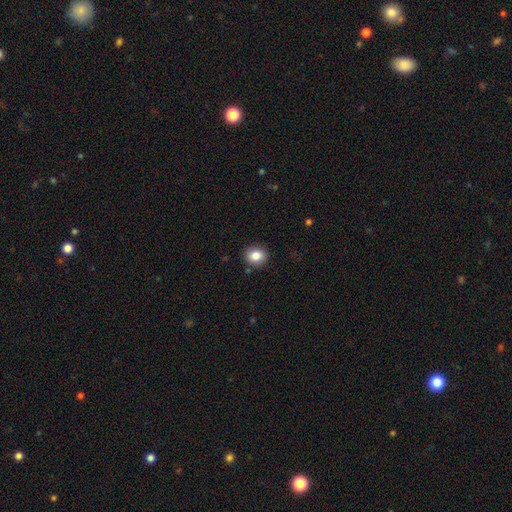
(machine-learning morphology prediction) Q: Smooth or featured?
A: smooth (84%); runner-up: star or artifact (10%)
Q: How rounded?
A: round (76%); runner-up: in between (23%)
Q: Merging?
A: none (89%); runner-up: minor disturbance (8%)